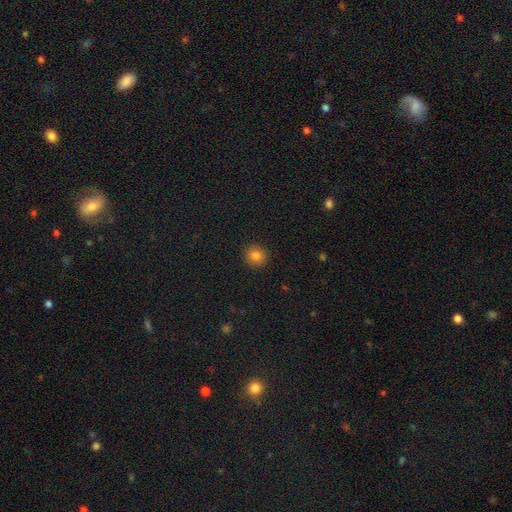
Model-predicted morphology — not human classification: A smooth galaxy with no disk features (82%) that is round (92%).

Vote fractions:
- Smooth or featured? smooth: 82% / star or artifact: 12% / featured or disk: 6%
- How rounded? round: 92% / in between: 7% / cigar-shaped: 1%
- Merging? none: 93% / minor disturbance: 5% / major disturbance: 2% / merger: 1%